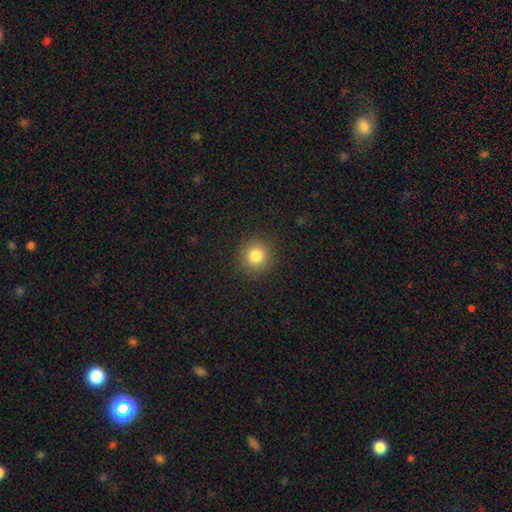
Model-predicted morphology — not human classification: smooth 83%, star or artifact 11%, featured or disk 6%. Down the decision tree: how rounded — round (92%); merging — none (91%).